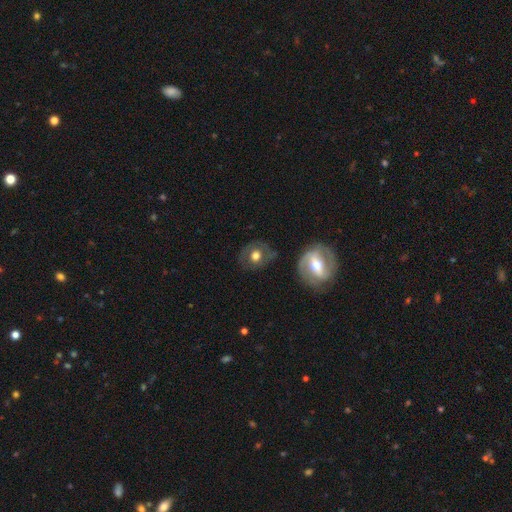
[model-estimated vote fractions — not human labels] Morphology: type=smooth (52%); roundness=round (74%); merging=none (71%).